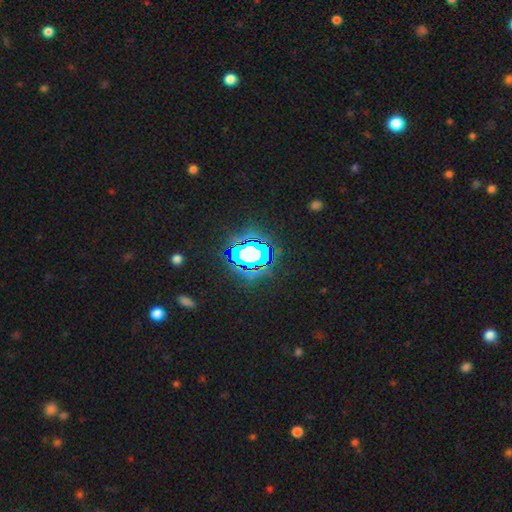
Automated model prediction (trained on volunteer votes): star or artifact 81%, smooth 12%, featured or disk 7%.